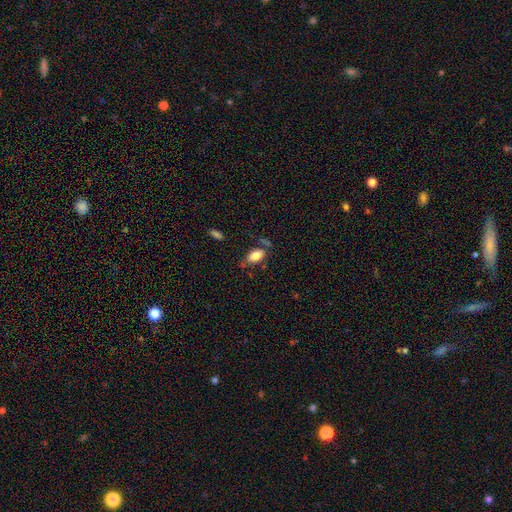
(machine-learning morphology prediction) Overall: smooth (78%). How rounded: in between (91%). Merging: none (66%).